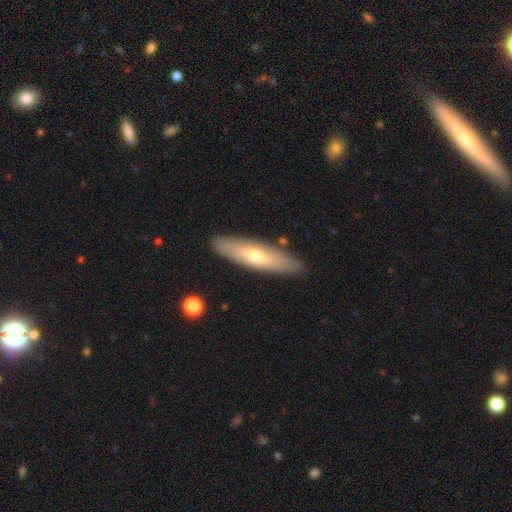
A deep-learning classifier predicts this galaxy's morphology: This is possibly a smooth galaxy (54%). How rounded: likely cigar-shaped (67%). Merging: clearly none (87%).